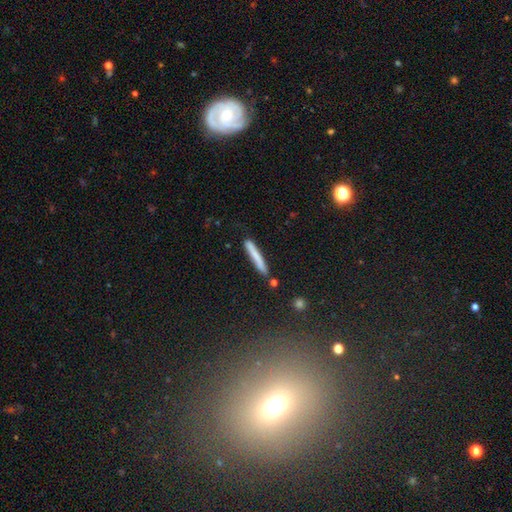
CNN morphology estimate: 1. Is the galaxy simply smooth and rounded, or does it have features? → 70% smooth, 23% featured or disk, 7% star or artifact.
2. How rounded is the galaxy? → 96% cigar-shaped, 3% in between, 1% round.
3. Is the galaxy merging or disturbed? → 83% none, 12% minor disturbance, 3% merger, 2% major disturbance.